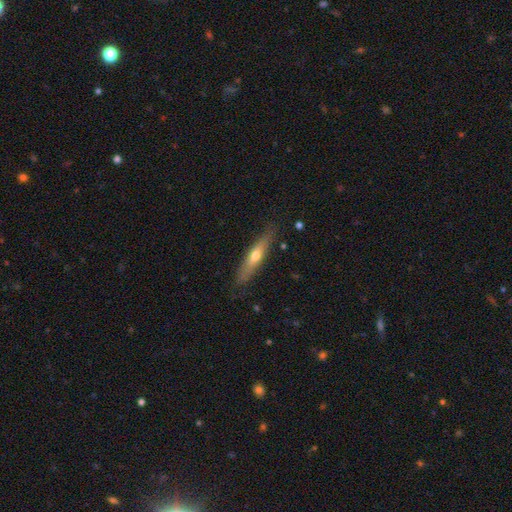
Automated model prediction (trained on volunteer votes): Smooth or featured? Predicted: featured or disk (p=0.47, tied with smooth). Merging? Predicted: none (p=0.84).